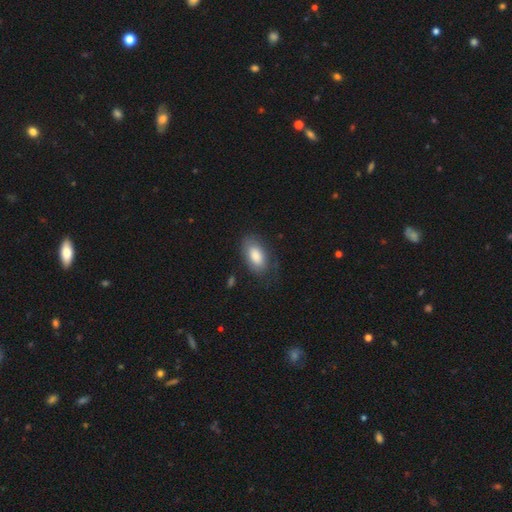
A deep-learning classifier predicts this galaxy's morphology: The model was most divided on "merging": none: 71%, minor disturbance: 19%, major disturbance: 8%, merger: 2%. More confident: how rounded — in between (93%); smooth or featured — smooth (79%).